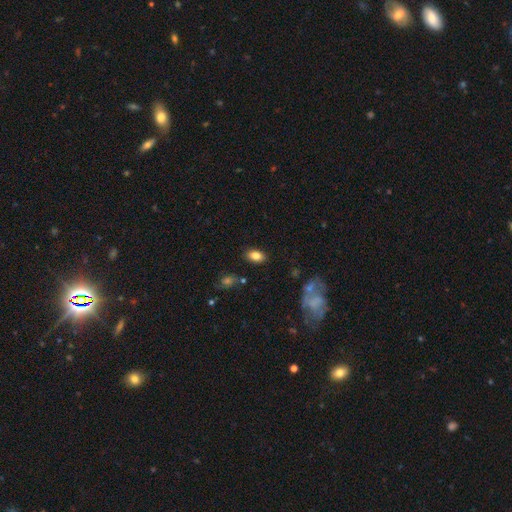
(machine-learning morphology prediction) This is clearly a smooth galaxy (84%). How rounded: clearly in between (89%). Merging: clearly none (86%).